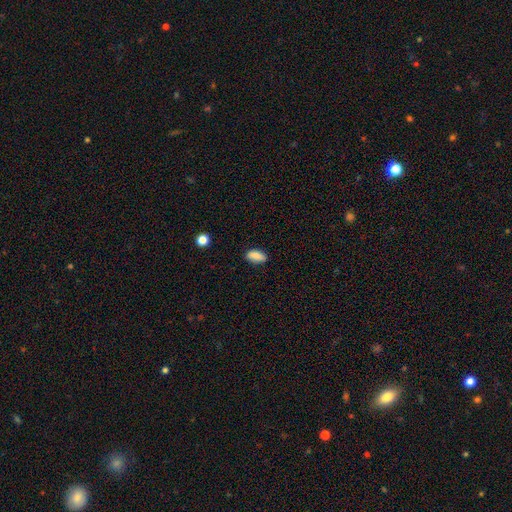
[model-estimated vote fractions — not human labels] smooth_or_featured: smooth (p=0.88) [alt: star or artifact p=0.08]
how_rounded: in between (p=0.89) [alt: cigar-shaped p=0.07]
merging: none (p=0.82) [alt: minor disturbance p=0.14]